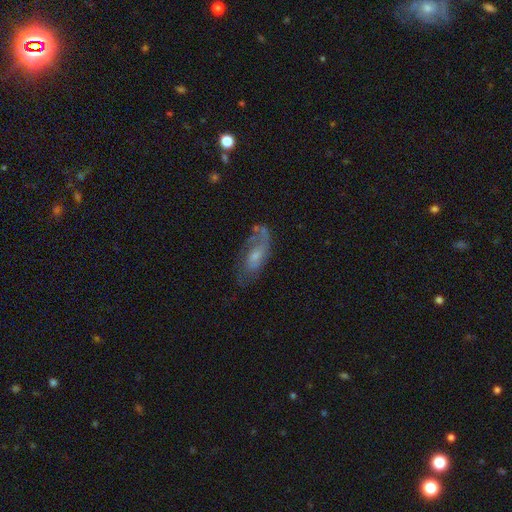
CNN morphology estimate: type=featured or disk (65%); edge-on=no (91%); bar=no (60%); spiral arms=yes (82%); bulge=small (47%); merging=none (52%).